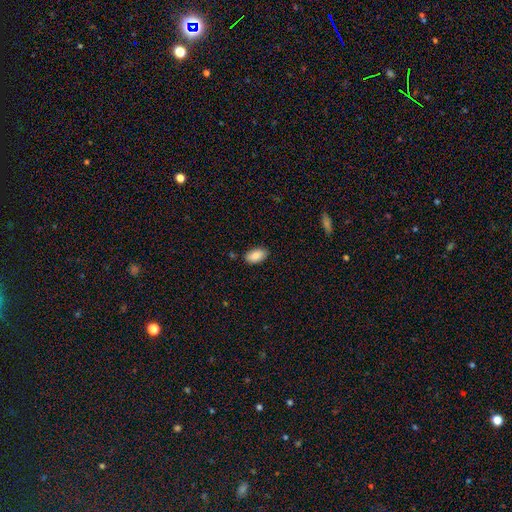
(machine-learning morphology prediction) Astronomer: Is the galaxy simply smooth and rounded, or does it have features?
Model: smooth — 87%.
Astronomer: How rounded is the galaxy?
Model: in between — 94%.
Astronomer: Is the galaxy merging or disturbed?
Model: none — 84%.